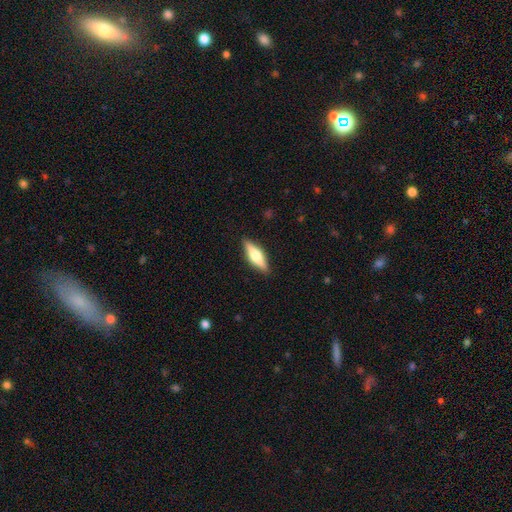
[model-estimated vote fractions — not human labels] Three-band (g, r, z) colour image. It shows a featured or disk galaxy (49%). Merging: none (89%).